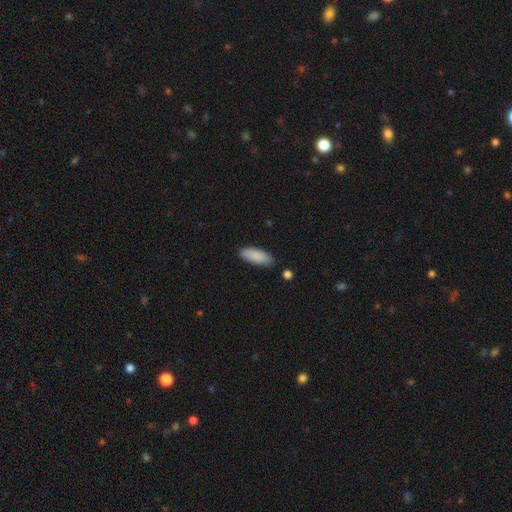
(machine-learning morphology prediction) Smooth or featured?
  - smooth: 88% *
  - featured or disk: 6%
  - star or artifact: 6%
How rounded?
  - in between: 74% *
  - cigar-shaped: 24%
  - round: 2%
Merging?
  - none: 83% *
  - minor disturbance: 13%
  - merger: 2%
  - major disturbance: 2%